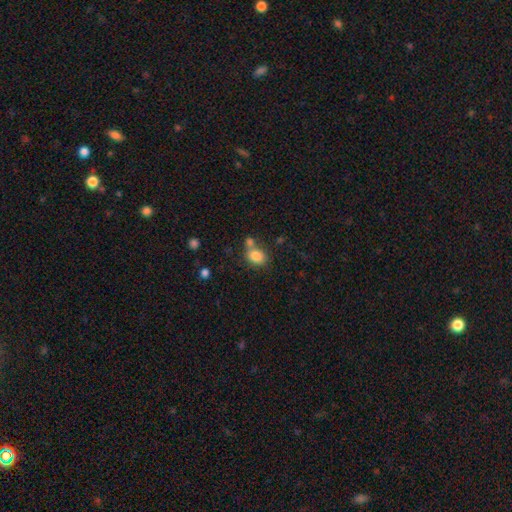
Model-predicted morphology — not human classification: Smooth or featured: smooth — 83% (star or artifact — 10%)
How rounded: in between — 56% (round — 43%)
Merging: none — 54% (merger — 30%)